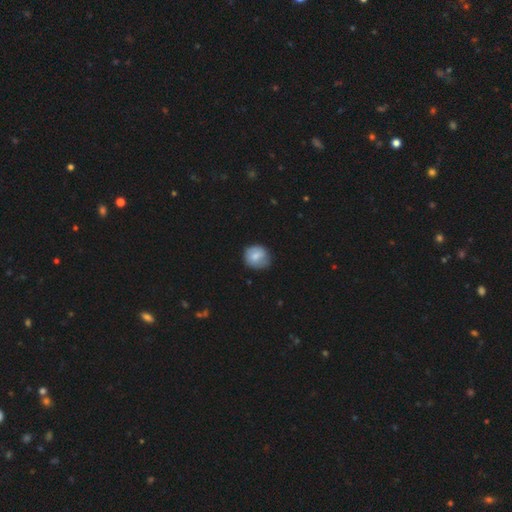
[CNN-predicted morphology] Smooth or featured? Predicted: smooth (p=0.75). How rounded? Predicted: round (p=0.81). Merging? Predicted: none (p=0.70).